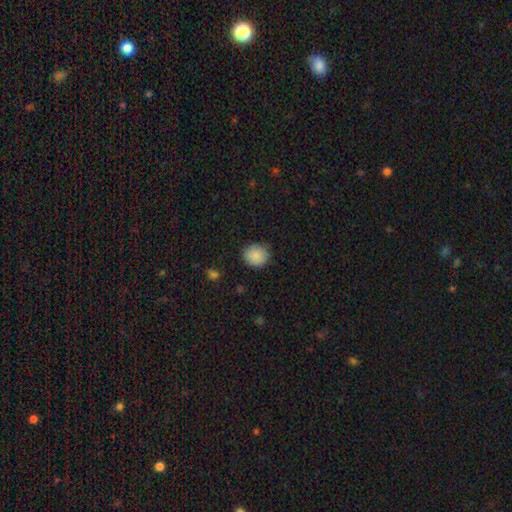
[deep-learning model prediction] The model was most divided on "how rounded": round: 76%, in between: 23%, cigar-shaped: 1%. More confident: smooth or featured — smooth (88%); merging — none (84%).